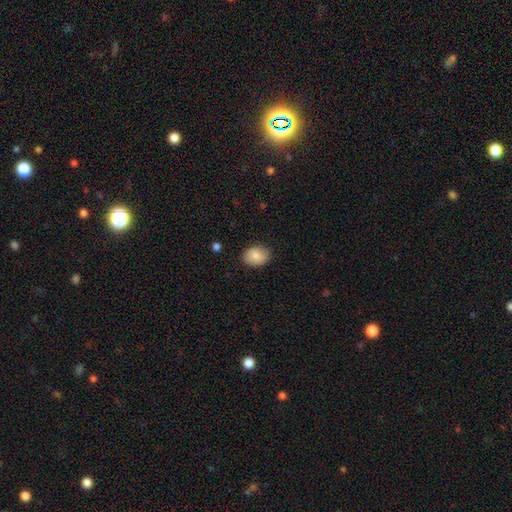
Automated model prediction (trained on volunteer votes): smooth-or-featured: smooth: 84% | featured or disk: 9% | star or artifact: 7%
  how-rounded: in between: 70% | round: 29% | cigar-shaped: 1%
  merging: none: 85% | minor disturbance: 11% | major disturbance: 2% | merger: 1%